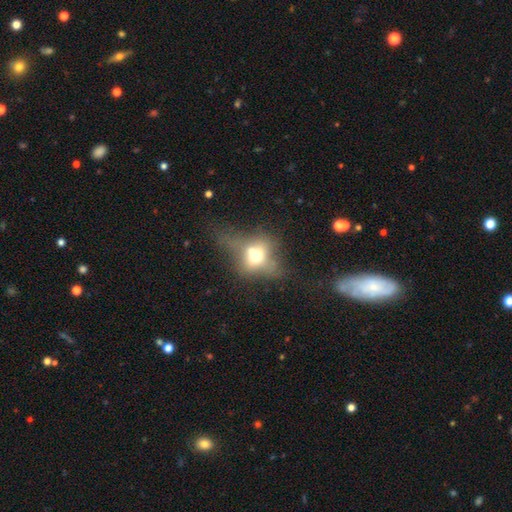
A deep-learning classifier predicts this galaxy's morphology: Smooth or featured? smooth (49%)
Merging? none (34%)